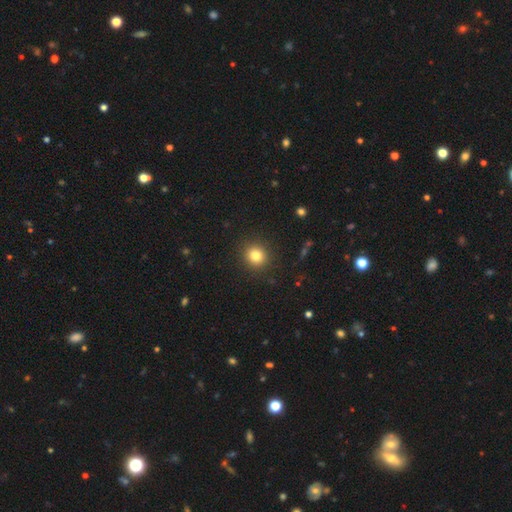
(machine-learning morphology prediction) This is clearly a smooth galaxy (82%). How rounded: clearly round (87%). Merging: clearly none (91%).